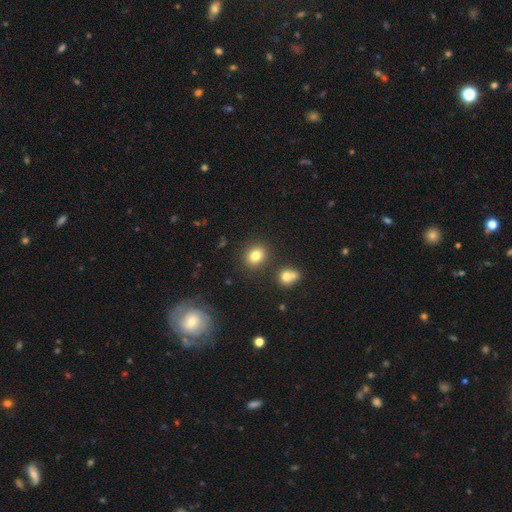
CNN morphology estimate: Q: Smooth or featured?
A: smooth (80%); runner-up: star or artifact (12%)
Q: How rounded?
A: round (68%); runner-up: in between (31%)
Q: Merging?
A: none (84%); runner-up: minor disturbance (8%)